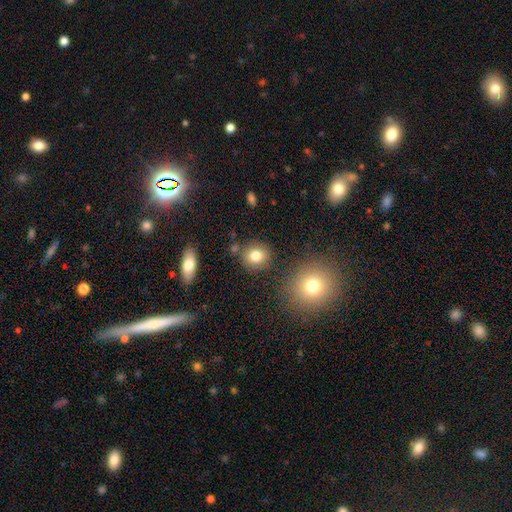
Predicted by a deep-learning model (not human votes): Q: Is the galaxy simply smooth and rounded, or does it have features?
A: smooth — 81%.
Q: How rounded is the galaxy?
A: round — 74%.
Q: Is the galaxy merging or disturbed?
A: none — 81%.